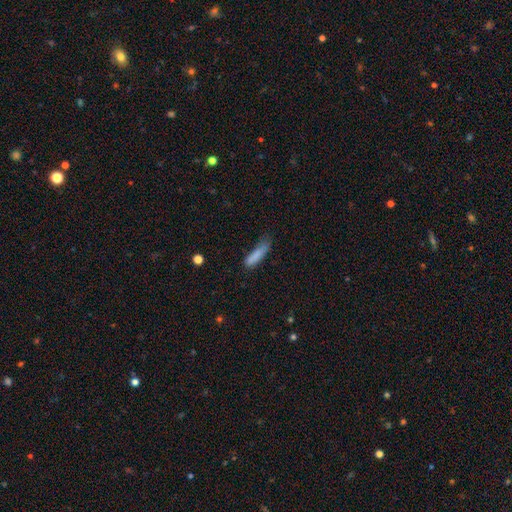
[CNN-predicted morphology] smooth 82%, featured or disk 10%, star or artifact 8%. Down the decision tree: how rounded — cigar-shaped (69%); merging — none (42%).